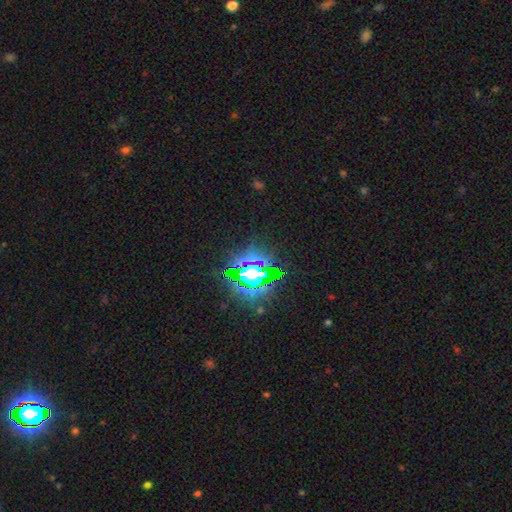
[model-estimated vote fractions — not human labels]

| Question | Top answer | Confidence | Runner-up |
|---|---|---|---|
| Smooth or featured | star or artifact | 85% | smooth (9%) |